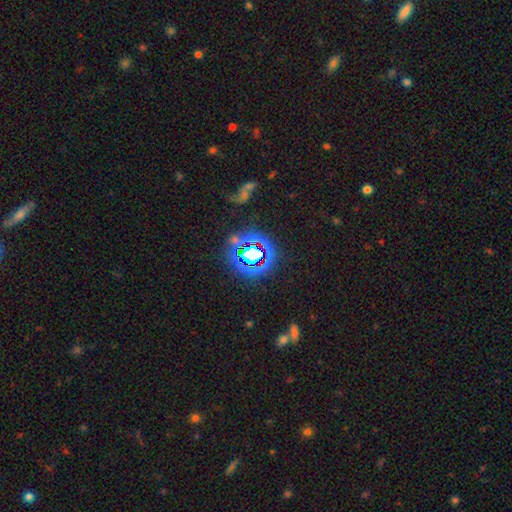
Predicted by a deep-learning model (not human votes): smooth_or_featured: star or artifact (p=0.72) [alt: smooth p=0.17]